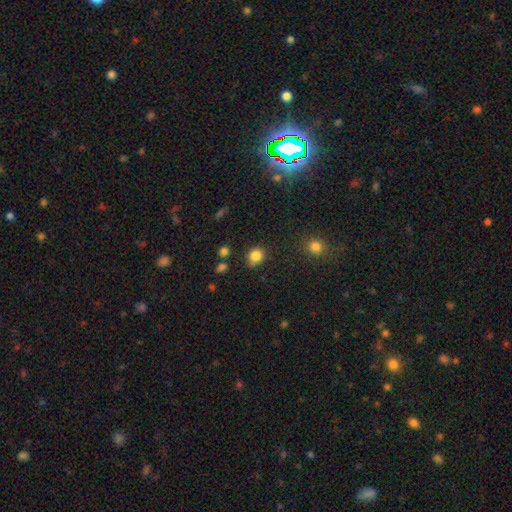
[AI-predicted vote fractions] smooth_or_featured: smooth (p=0.84) [alt: star or artifact p=0.11]
how_rounded: round (p=0.70) [alt: in between p=0.29]
merging: none (p=0.72) [alt: minor disturbance p=0.20]